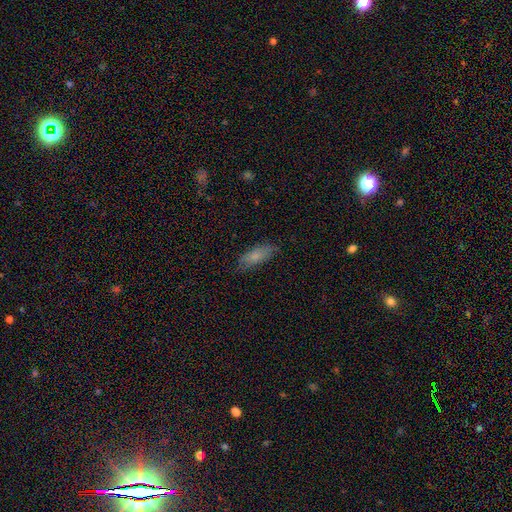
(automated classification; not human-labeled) Smooth or featured: smooth — 76% (featured or disk — 17%)
How rounded: in between — 64% (cigar-shaped — 34%)
Merging: none — 77% (minor disturbance — 18%)